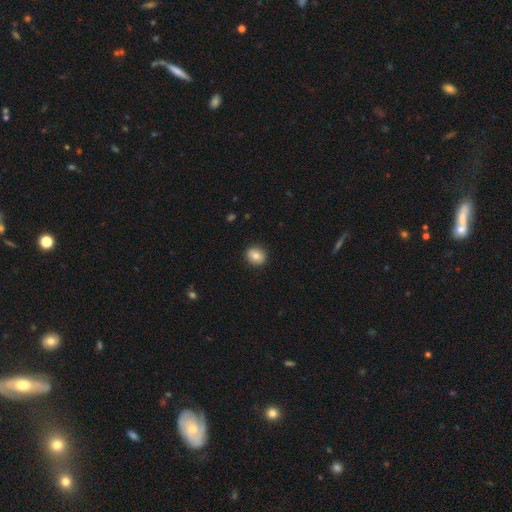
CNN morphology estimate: Smooth or featured: smooth — 79% (featured or disk — 12%)
How rounded: round — 78% (in between — 21%)
Merging: none — 90% (minor disturbance — 7%)